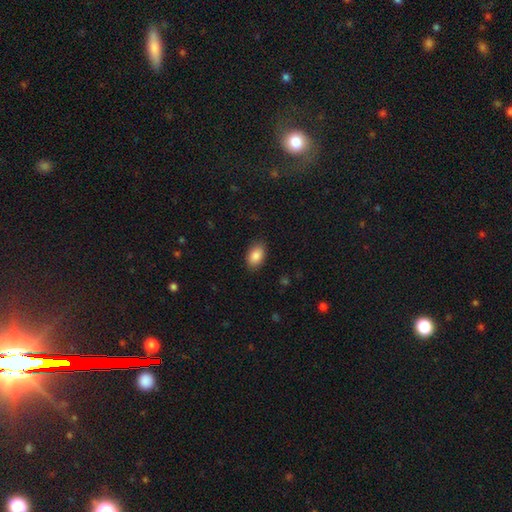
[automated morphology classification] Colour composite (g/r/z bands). It shows a smooth galaxy with no disk features (88%) that is in between round and cigar-shaped (90%). Merging: none (86%).